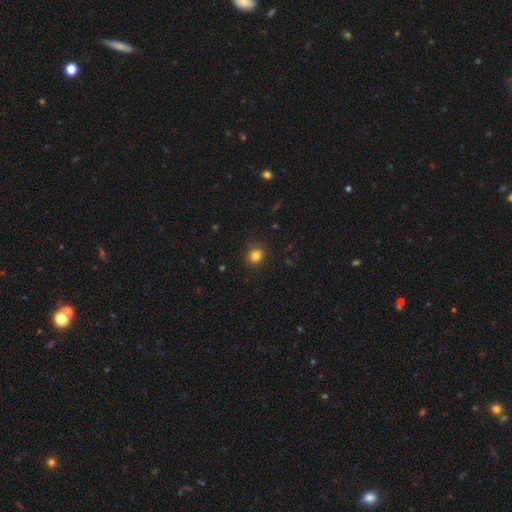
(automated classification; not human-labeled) Smooth or featured: smooth — 82% (star or artifact — 13%)
How rounded: round — 80% (in between — 19%)
Merging: none — 87% (minor disturbance — 9%)